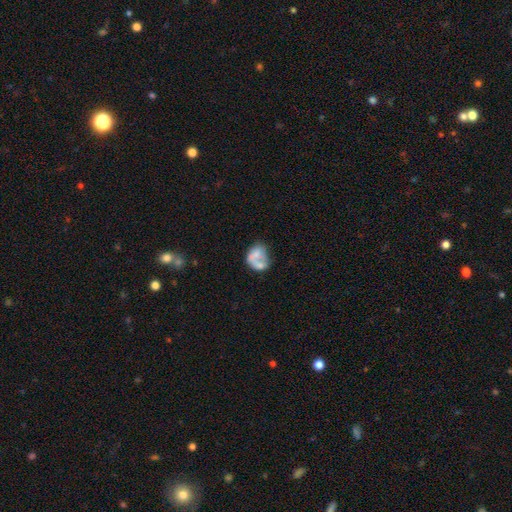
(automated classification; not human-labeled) The model was most divided on "merging": merger: 35%, none: 28%, major disturbance: 19%, minor disturbance: 18%. More confident: how rounded — in between (55%); smooth or featured — smooth (51%).